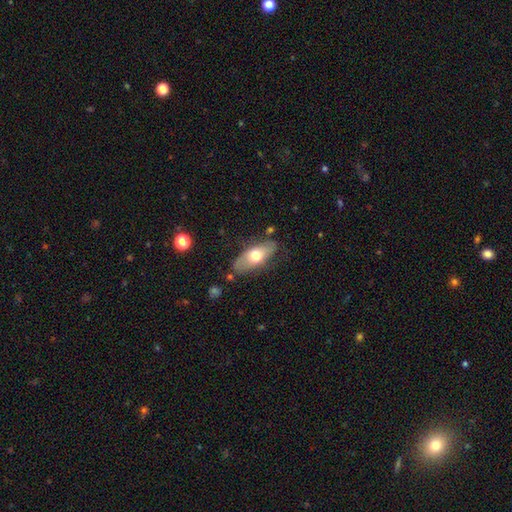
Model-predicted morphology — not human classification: Smooth or featured? Predicted: smooth (p=0.61). How rounded? Predicted: in between (p=0.81). Merging? Predicted: none (p=0.76).